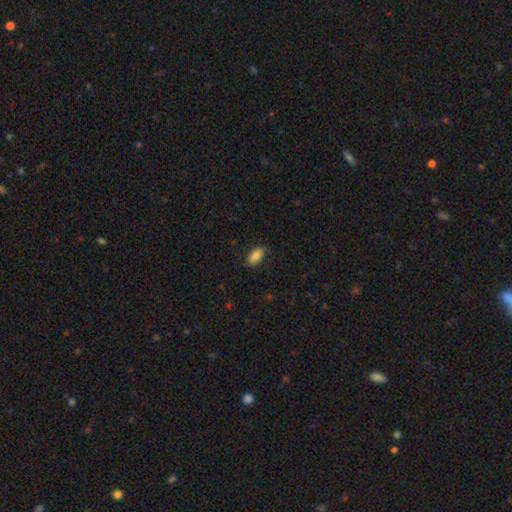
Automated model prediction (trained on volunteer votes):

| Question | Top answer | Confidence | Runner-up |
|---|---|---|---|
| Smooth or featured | smooth | 85% | star or artifact (8%) |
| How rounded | in between | 92% | round (5%) |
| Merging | none | 84% | minor disturbance (12%) |